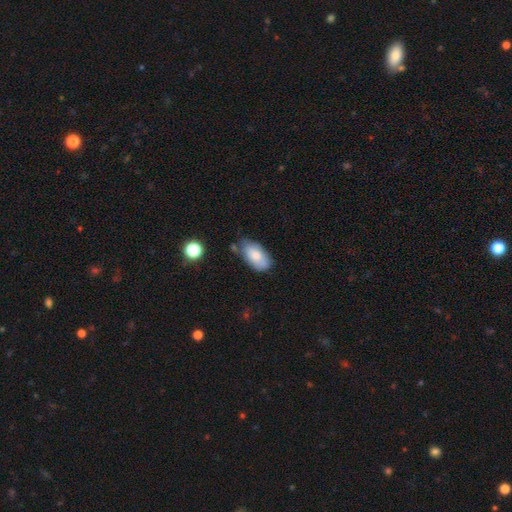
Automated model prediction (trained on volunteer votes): Smooth or featured? Predicted: smooth (p=0.77). How rounded? Predicted: in between (p=0.94). Merging? Predicted: none (p=0.61).